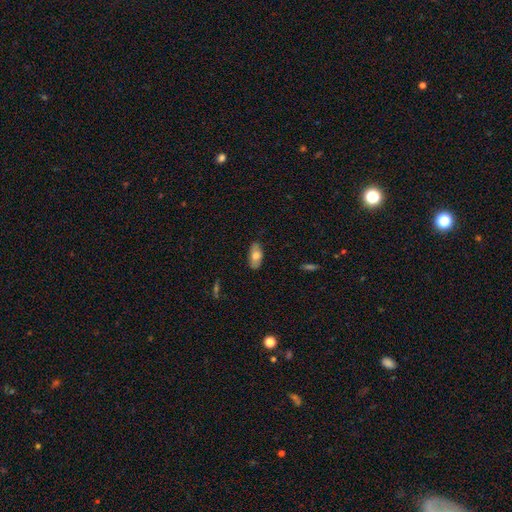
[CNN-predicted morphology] smooth 73%, featured or disk 20%, star or artifact 7%. Down the decision tree: how rounded — in between (90%); merging — none (83%).